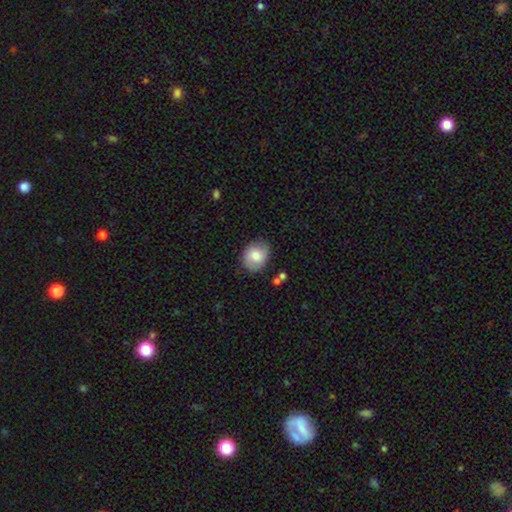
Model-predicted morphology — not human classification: Smooth or featured: smooth — 77% (featured or disk — 15%)
How rounded: round — 54% (in between — 45%)
Merging: none — 79% (minor disturbance — 15%)